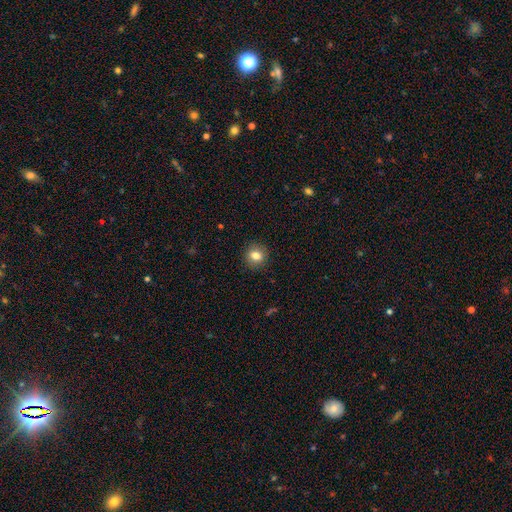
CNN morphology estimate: Overall: smooth (81%). How rounded: round (76%). Merging: none (89%).